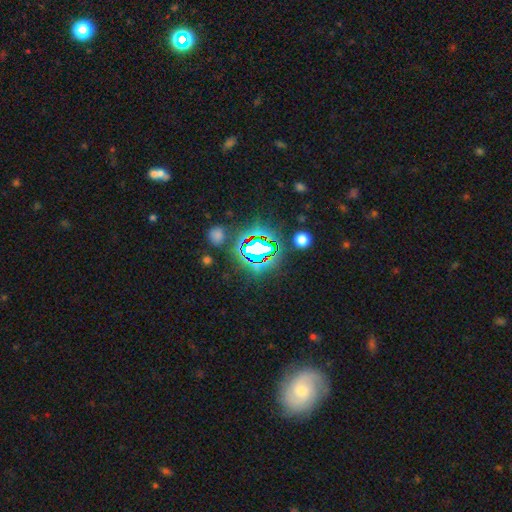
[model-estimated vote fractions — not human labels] Smooth or featured?
  - star or artifact: 73% *
  - smooth: 16%
  - featured or disk: 11%